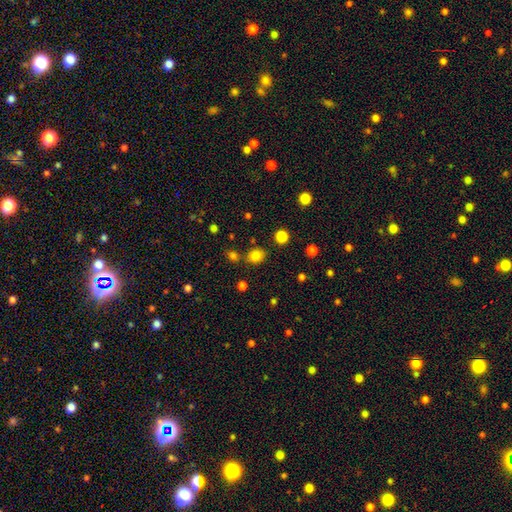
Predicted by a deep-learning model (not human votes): Smooth or featured: smooth — 81% (star or artifact — 14%)
How rounded: round — 67% (in between — 32%)
Merging: none — 79% (minor disturbance — 10%)